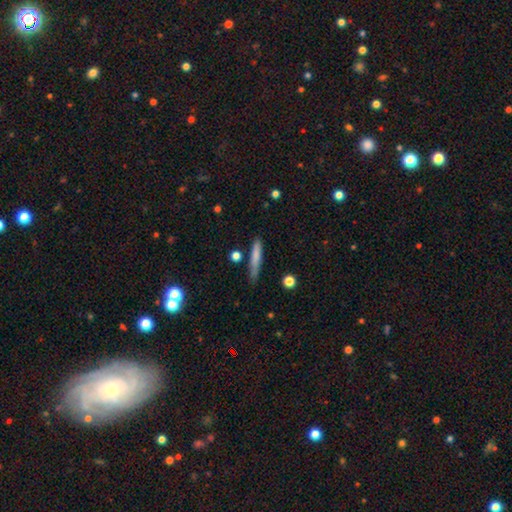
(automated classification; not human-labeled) This is likely a smooth galaxy (76%). How rounded: clearly cigar-shaped (91%). Merging: likely none (73%).